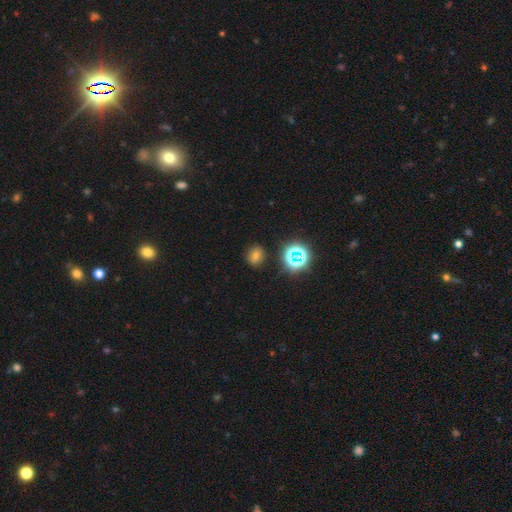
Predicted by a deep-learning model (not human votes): Q: Smooth or featured?
A: smooth (56%); runner-up: star or artifact (33%)
Q: How rounded?
A: round (70%); runner-up: in between (29%)
Q: Merging?
A: none (85%); runner-up: minor disturbance (10%)